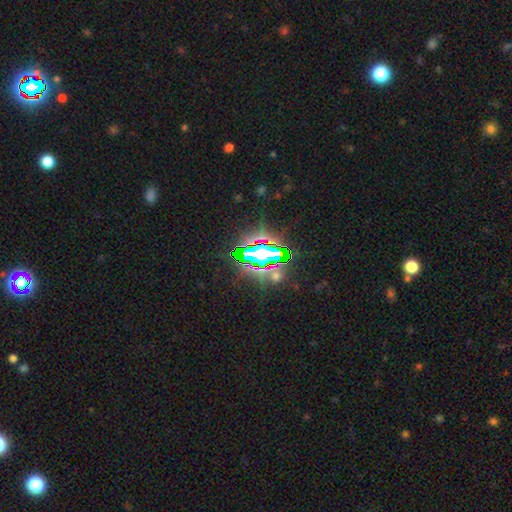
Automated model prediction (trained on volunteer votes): A star or artifact, not a galaxy (75%).

Vote fractions:
- Smooth or featured? star or artifact: 75% / smooth: 14% / featured or disk: 10%